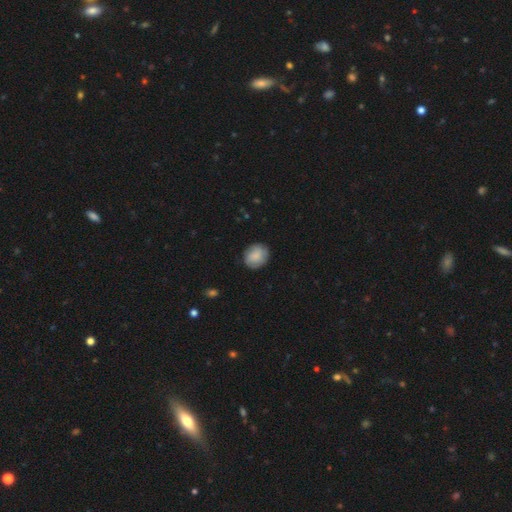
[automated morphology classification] Smooth or featured: smooth — 76% (featured or disk — 17%)
How rounded: round — 72% (in between — 27%)
Merging: none — 81% (minor disturbance — 14%)